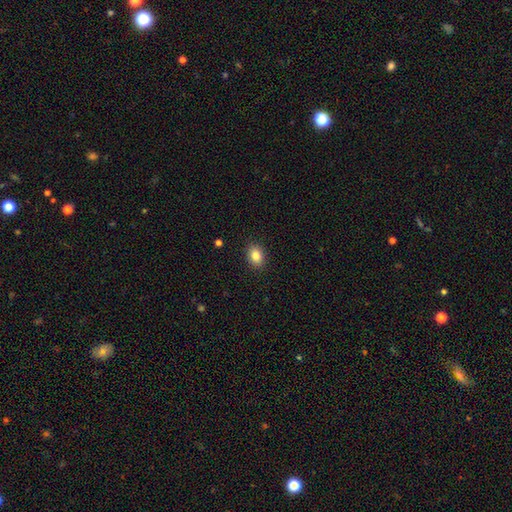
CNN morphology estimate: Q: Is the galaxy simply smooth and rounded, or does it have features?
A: smooth — 84%.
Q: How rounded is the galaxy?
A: in between — 67%.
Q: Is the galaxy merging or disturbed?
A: none — 90%.